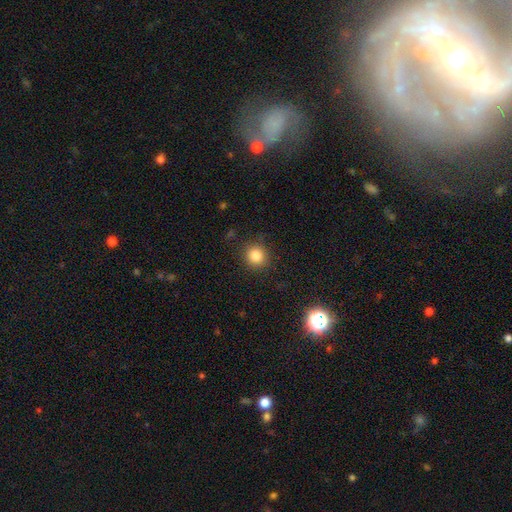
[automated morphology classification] Smooth or featured?
  - smooth: 84% *
  - star or artifact: 11%
  - featured or disk: 5%
How rounded?
  - round: 91% *
  - in between: 8%
  - cigar-shaped: 1%
Merging?
  - none: 89% *
  - minor disturbance: 7%
  - major disturbance: 3%
  - merger: 1%